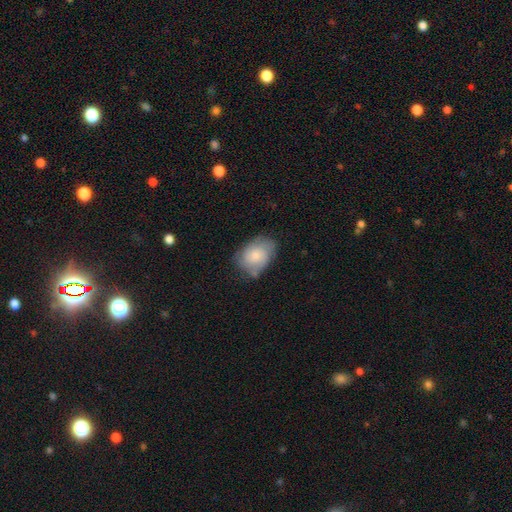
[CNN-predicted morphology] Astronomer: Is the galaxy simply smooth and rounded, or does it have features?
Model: smooth — 65%.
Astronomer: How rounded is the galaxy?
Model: in between — 73%.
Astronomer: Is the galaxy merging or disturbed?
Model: none — 60%.